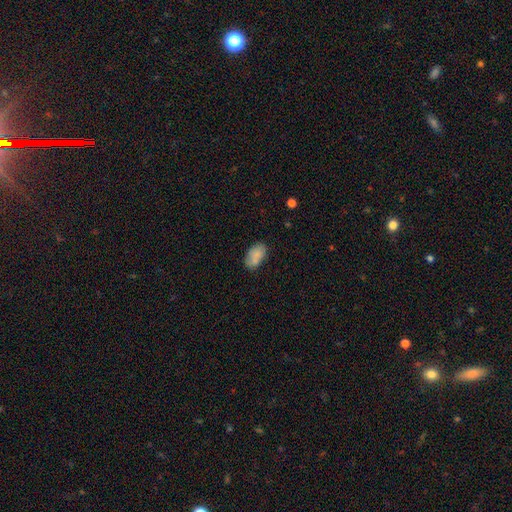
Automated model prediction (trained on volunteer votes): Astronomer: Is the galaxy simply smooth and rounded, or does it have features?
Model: smooth — 79%.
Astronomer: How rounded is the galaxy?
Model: in between — 92%.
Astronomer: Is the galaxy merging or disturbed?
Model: none — 66%.